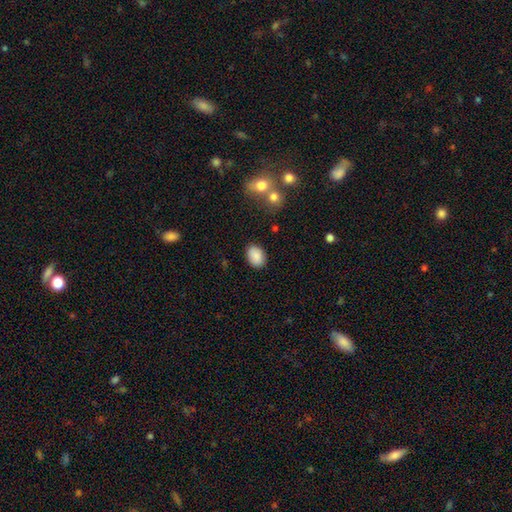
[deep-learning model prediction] Overall: smooth (88%). How rounded: in between (81%). Merging: none (86%).